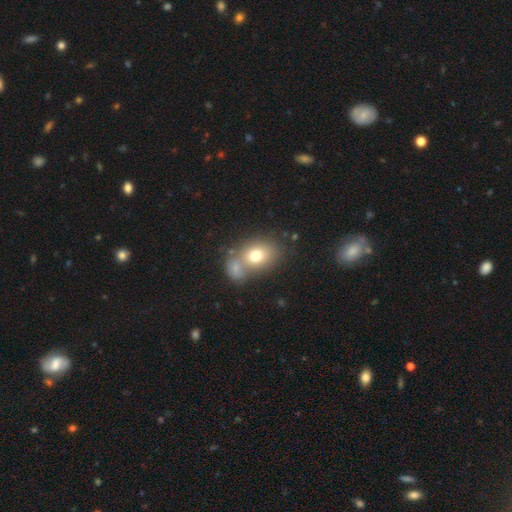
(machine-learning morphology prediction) Smooth or featured?
  - smooth: 73% *
  - featured or disk: 16%
  - star or artifact: 11%
How rounded?
  - in between: 58% *
  - round: 41%
  - cigar-shaped: 1%
Merging?
  - none: 43% *
  - merger: 41%
  - minor disturbance: 11%
  - major disturbance: 5%